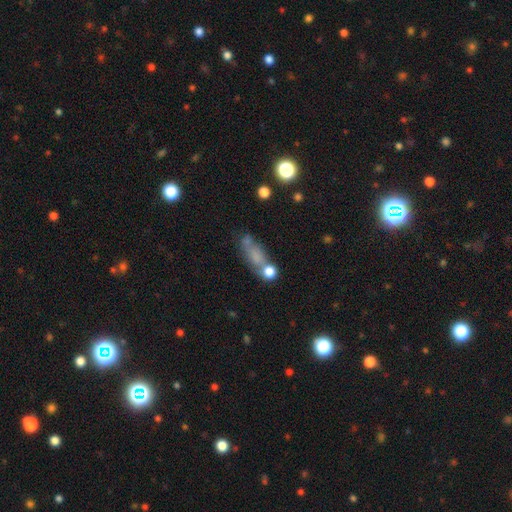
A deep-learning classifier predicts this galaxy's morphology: smooth_or_featured: smooth (p=0.57) [alt: featured or disk p=0.25]
how_rounded: in between (p=0.54) [alt: cigar-shaped p=0.32]
merging: none (p=0.51) [alt: minor disturbance p=0.20]